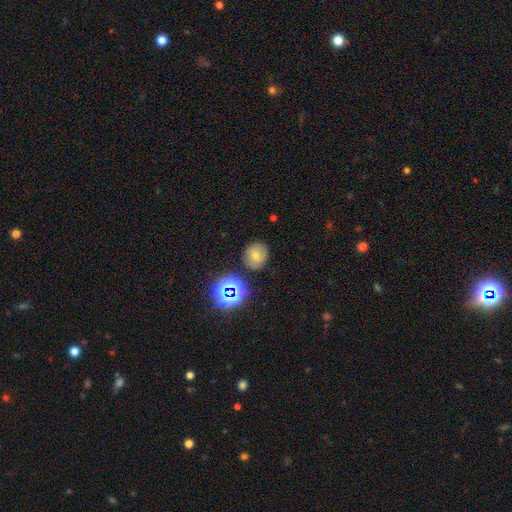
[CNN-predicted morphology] Overall: smooth (47%; star or artifact 31%). Merging: none (83%).